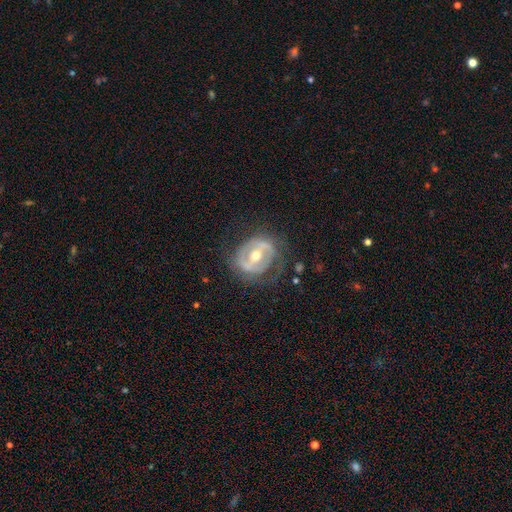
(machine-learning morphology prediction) smooth-or-featured: featured or disk: 78% | smooth: 16% | star or artifact: 6%
  disk-edge-on: no: 95% | yes: 5%
    bar: strong: 49% | weak: 33% | no: 19%
    has-spiral-arms: yes: 51% | no: 49%
    bulge-size: moderate: 72% | small: 22% | large: 4% | none: 1% | dominant: 1%
  merging: none: 64% | minor disturbance: 20% | major disturbance: 14% | merger: 1%